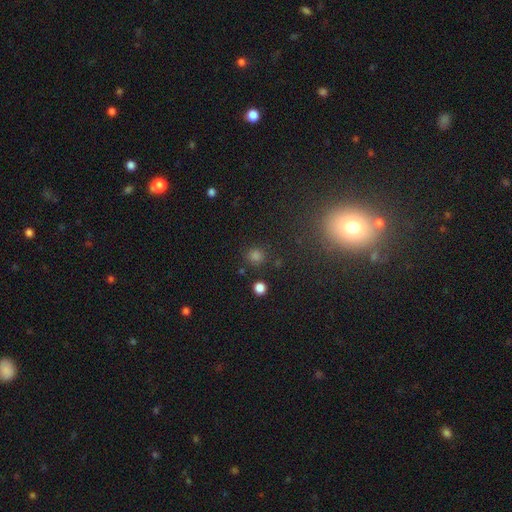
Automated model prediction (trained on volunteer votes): smooth 70%, star or artifact 25%, featured or disk 5%. Down the decision tree: how rounded — round (88%); merging — none (86%).